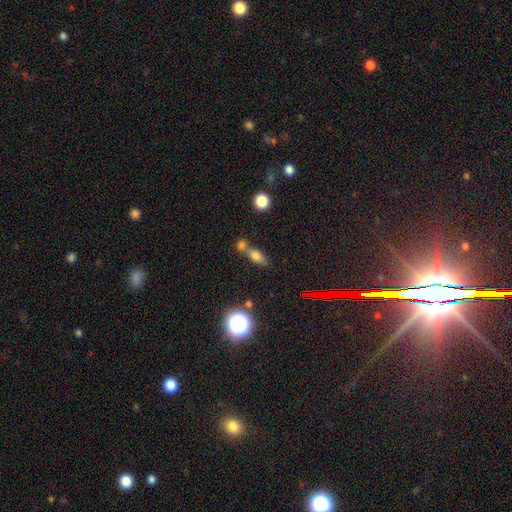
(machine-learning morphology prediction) smooth 71%, star or artifact 15%, featured or disk 13%. Down the decision tree: how rounded — in between (73%); merging — merger (45%).